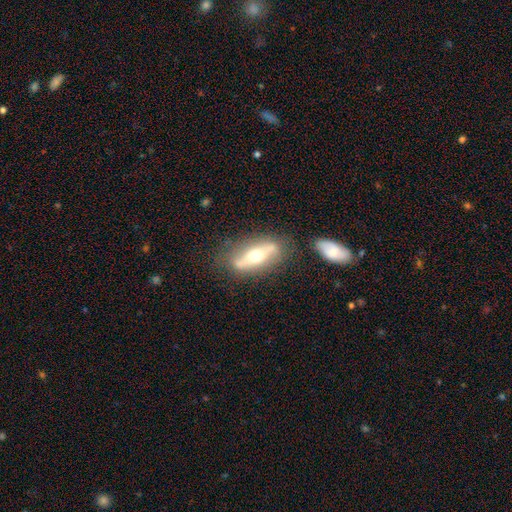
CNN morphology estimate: Q: Smooth or featured?
A: featured or disk (60%); runner-up: smooth (34%)
Q: Edge-on disk?
A: no (55%); runner-up: yes (45%)
Q: Merging?
A: none (68%); runner-up: minor disturbance (17%)